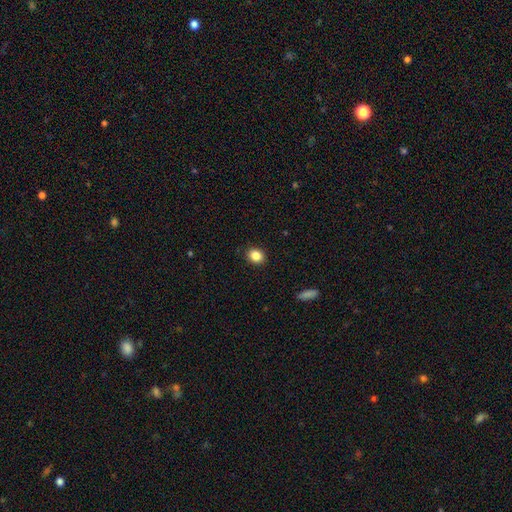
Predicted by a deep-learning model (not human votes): The model was most divided on "how rounded": round: 63%, in between: 36%, cigar-shaped: 1%. More confident: merging — none (90%); smooth or featured — smooth (86%).